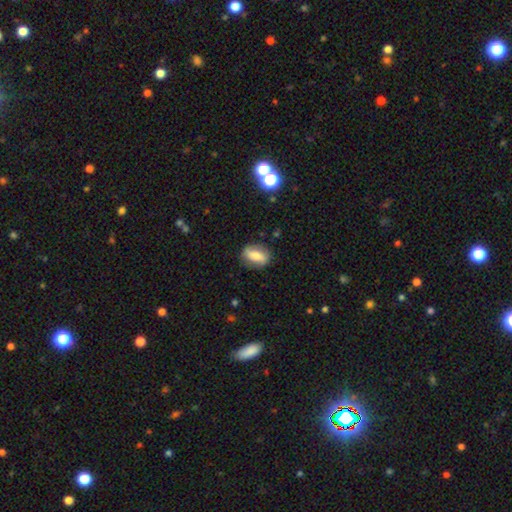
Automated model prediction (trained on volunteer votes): This is likely a smooth galaxy (61%). How rounded: likely in between (77%). Merging: likely none (80%).